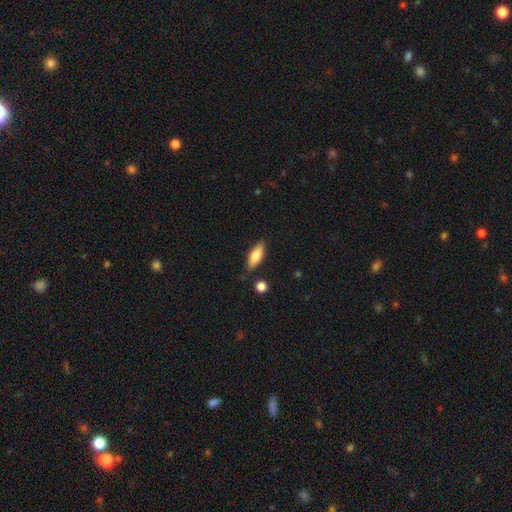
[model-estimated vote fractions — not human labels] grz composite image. It shows a smooth galaxy with no disk features (79%) that is in between round and cigar-shaped (72%). Merging: none (80%).